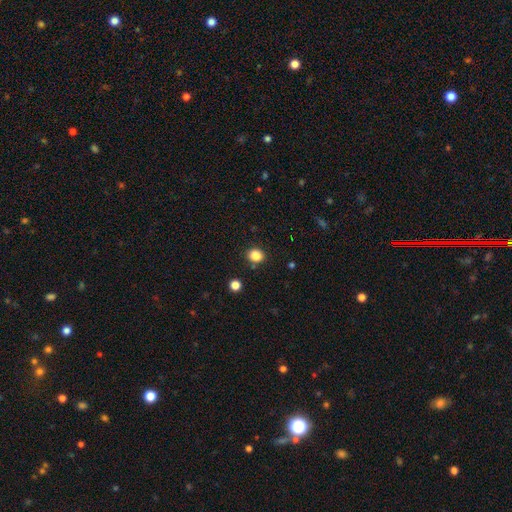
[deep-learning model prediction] smooth_or_featured: smooth (p=0.86) [alt: star or artifact p=0.11]
how_rounded: round (p=0.68) [alt: in between p=0.31]
merging: none (p=0.83) [alt: minor disturbance p=0.10]